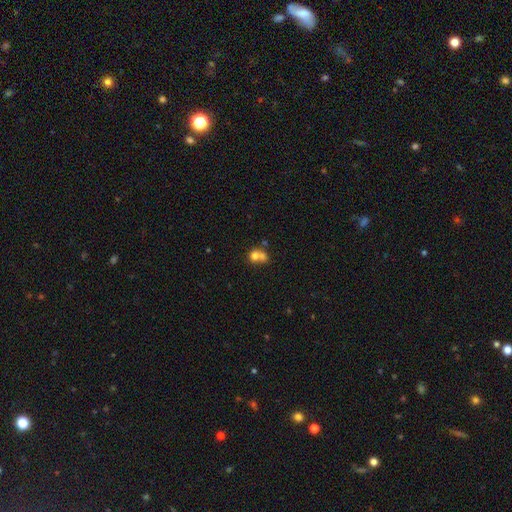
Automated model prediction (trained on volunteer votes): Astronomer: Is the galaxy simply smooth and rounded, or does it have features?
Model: smooth — 70%.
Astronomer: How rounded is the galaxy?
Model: round — 73%.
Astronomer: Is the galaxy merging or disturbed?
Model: merger — 59%.